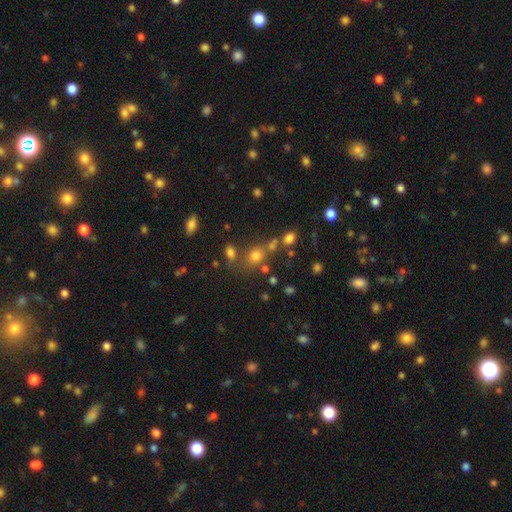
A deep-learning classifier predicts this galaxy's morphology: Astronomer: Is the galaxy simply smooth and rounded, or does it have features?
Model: smooth — 66%.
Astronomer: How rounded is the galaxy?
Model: round — 66%.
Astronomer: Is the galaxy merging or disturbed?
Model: none — 61%.